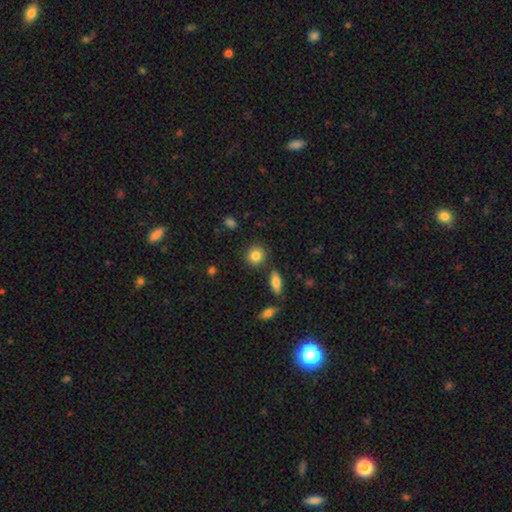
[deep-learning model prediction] Smooth or featured?
  - smooth: 84% *
  - star or artifact: 9%
  - featured or disk: 7%
How rounded?
  - round: 84% *
  - in between: 14%
  - cigar-shaped: 1%
Merging?
  - none: 84% *
  - minor disturbance: 9%
  - merger: 5%
  - major disturbance: 3%